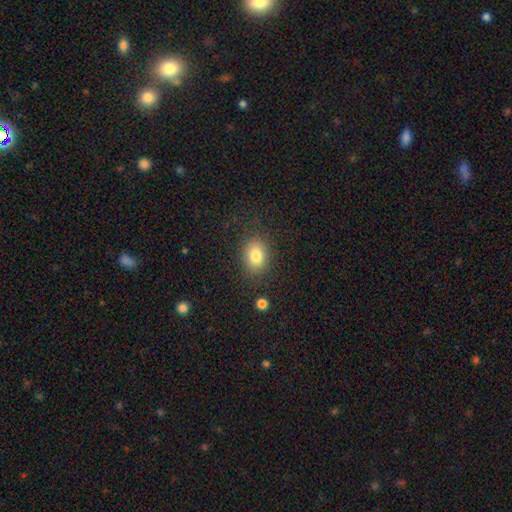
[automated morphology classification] This appears to be a smooth galaxy with no disk features (82%) that is in between round and cigar-shaped (60%). Merging: none (83%).